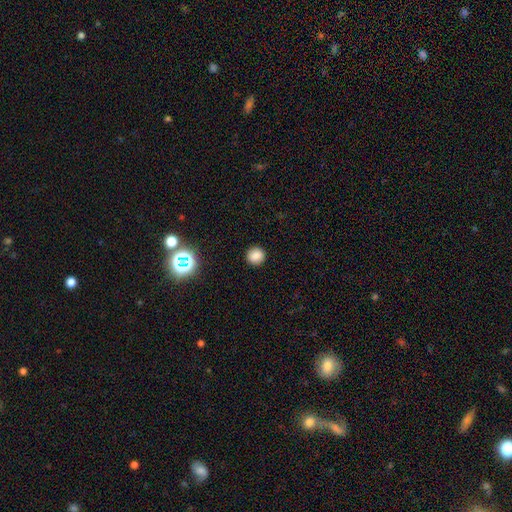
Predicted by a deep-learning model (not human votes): Smooth or featured?
  - smooth: 82% *
  - star or artifact: 14%
  - featured or disk: 4%
How rounded?
  - round: 90% *
  - in between: 8%
  - cigar-shaped: 1%
Merging?
  - none: 91% *
  - minor disturbance: 6%
  - major disturbance: 2%
  - merger: 1%